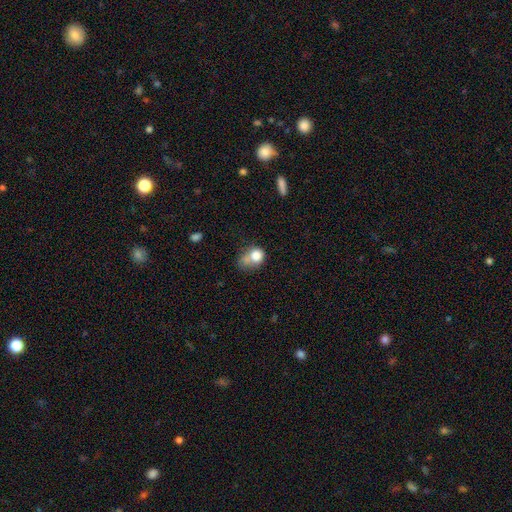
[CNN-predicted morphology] Smooth or featured: smooth — 76% (featured or disk — 14%)
How rounded: round — 55% (in between — 44%)
Merging: merger — 28% (none — 26%)